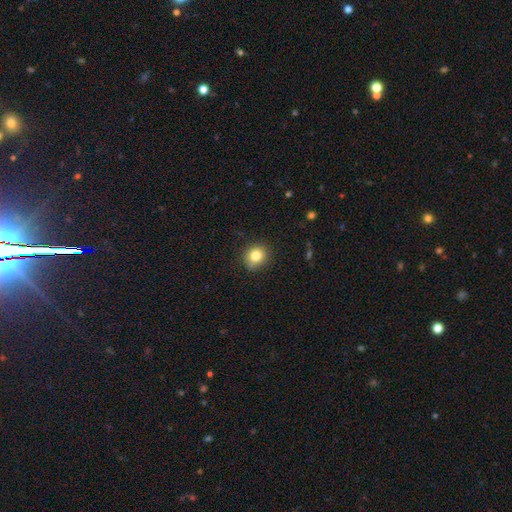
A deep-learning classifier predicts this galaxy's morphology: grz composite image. It shows a smooth galaxy with no disk features (82%) that is round (78%). Merging: none (85%).